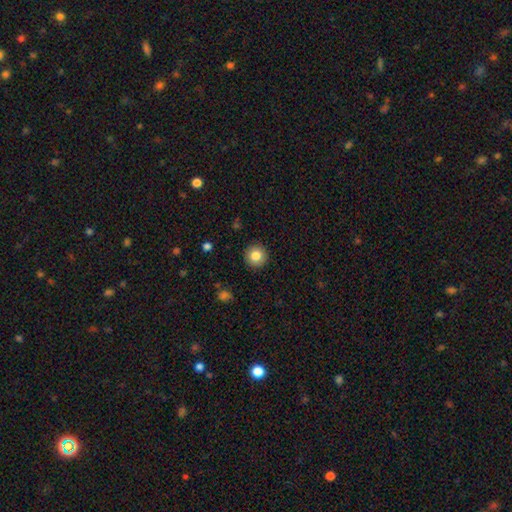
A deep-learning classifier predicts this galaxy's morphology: smooth_or_featured: smooth (p=0.83) [alt: star or artifact p=0.10]
how_rounded: round (p=0.95) [alt: in between p=0.04]
merging: none (p=0.92) [alt: minor disturbance p=0.05]